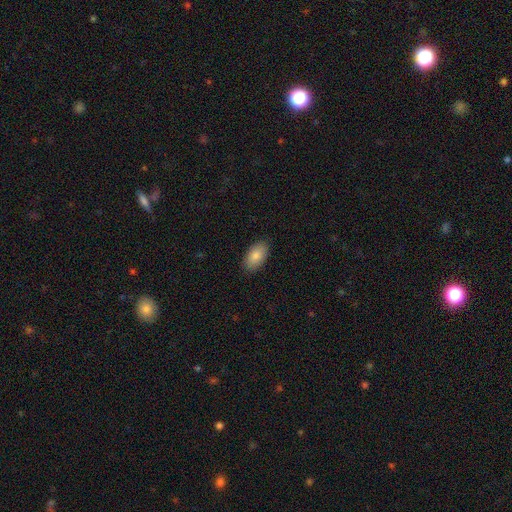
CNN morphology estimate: type=smooth (84%); roundness=in between (94%); merging=none (88%).